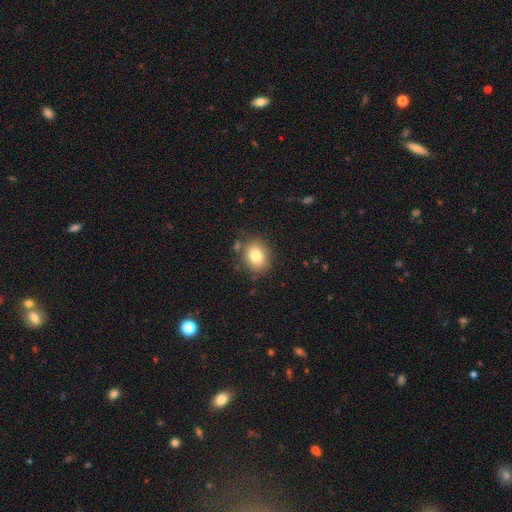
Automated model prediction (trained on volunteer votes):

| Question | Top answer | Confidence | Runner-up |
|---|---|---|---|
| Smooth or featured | smooth | 81% | star or artifact (10%) |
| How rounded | round | 54% | in between (45%) |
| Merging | none | 80% | minor disturbance (12%) |